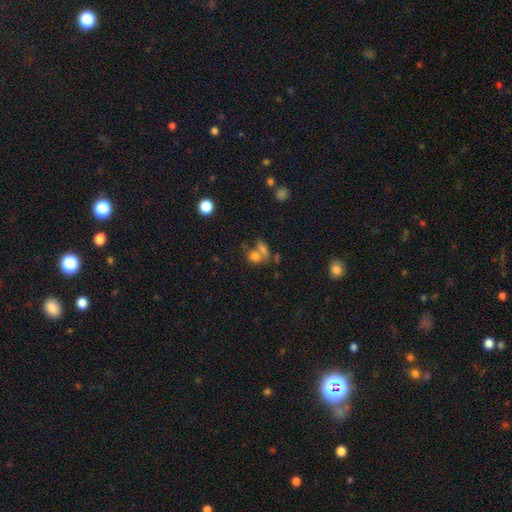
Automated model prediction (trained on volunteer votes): Overall: smooth (73%). How rounded: round (55%; in between 42%). Merging: merger (46%; none 38%).